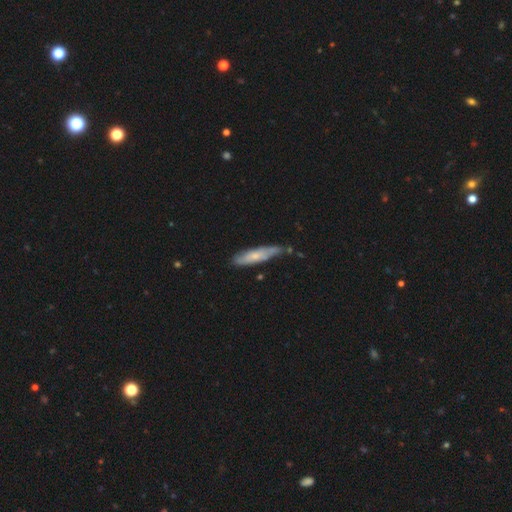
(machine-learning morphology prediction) This appears to be a smooth galaxy with no disk features (55%) that is cigar-shaped (76%). Merging: none (61%).